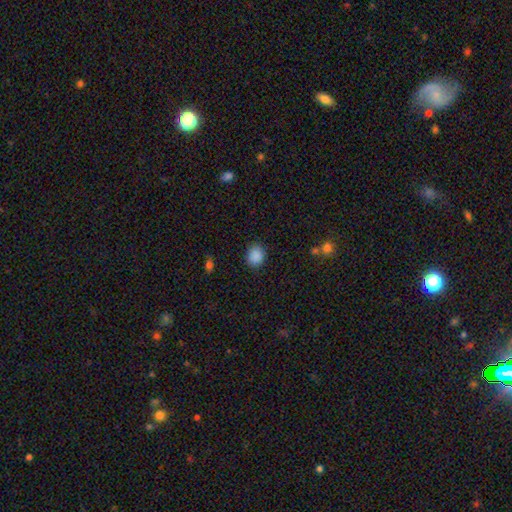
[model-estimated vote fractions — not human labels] Morphology: type=smooth (88%); roundness=round (64%); merging=none (86%).